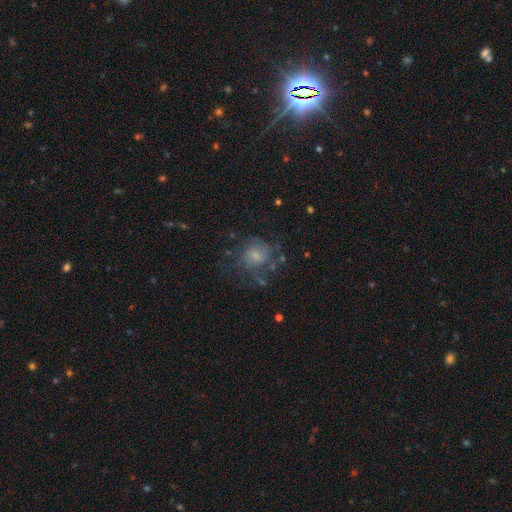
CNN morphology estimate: Smooth or featured?
  - featured or disk: 47% *
  - smooth: 41%
  - star or artifact: 13%
Merging?
  - none: 53% *
  - major disturbance: 22%
  - minor disturbance: 22%
  - merger: 3%